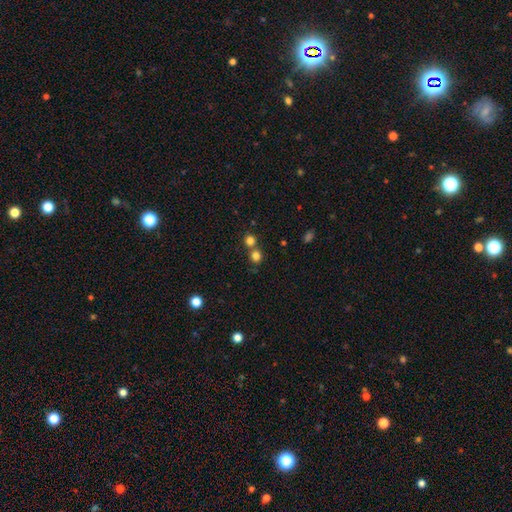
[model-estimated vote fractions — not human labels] A smooth galaxy with no disk features (78%) that is round (85%).

Vote fractions:
- Smooth or featured? smooth: 78% / star or artifact: 16% / featured or disk: 6%
- How rounded? round: 85% / in between: 14% / cigar-shaped: 1%
- Merging? none: 58% / merger: 33% / minor disturbance: 7% / major disturbance: 3%